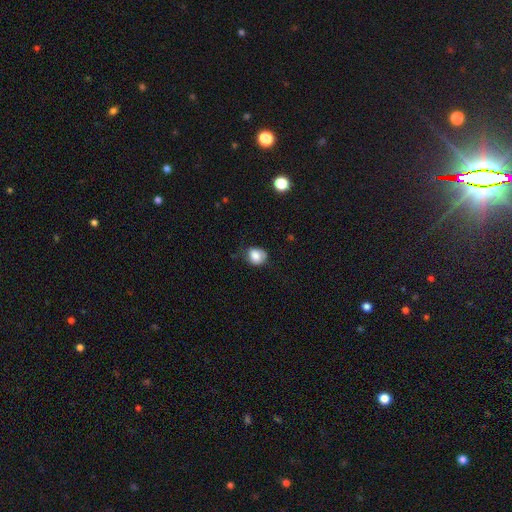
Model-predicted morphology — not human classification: Overall: smooth (81%). How rounded: round (58%; in between 41%). Merging: none (53%; minor disturbance 34%).